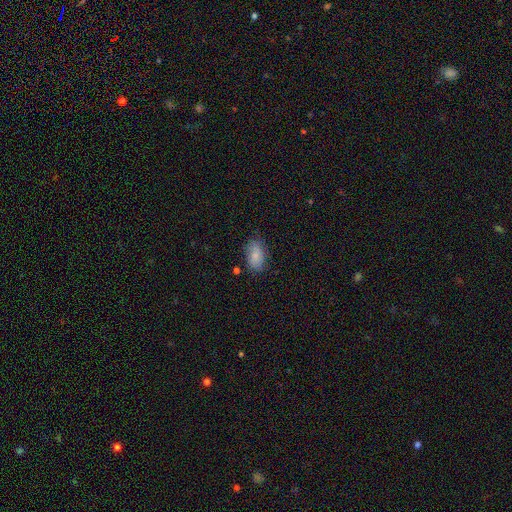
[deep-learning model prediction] The model was most divided on "merging": none: 73%, minor disturbance: 20%, major disturbance: 5%, merger: 2%. More confident: how rounded — in between (92%); smooth or featured — smooth (79%).